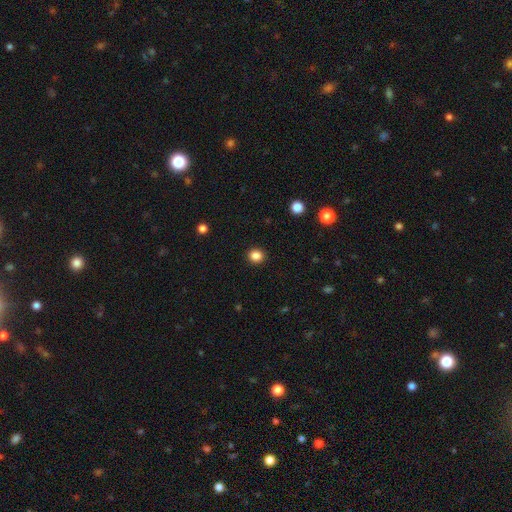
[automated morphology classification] Smooth or featured? smooth (86%)
How rounded? round (80%)
Merging? none (92%)